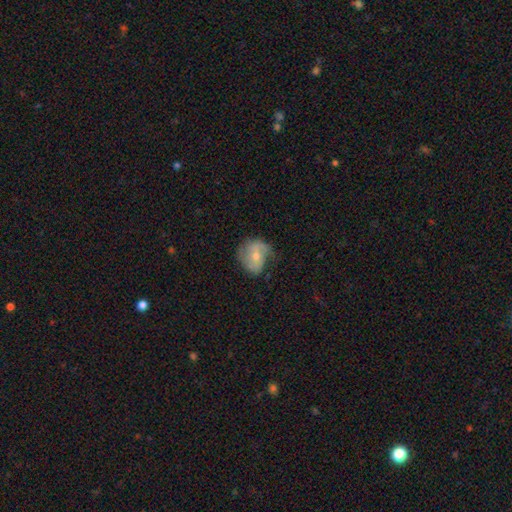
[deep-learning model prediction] This appears to be a featured or disk galaxy (54%) with no bar (59%), spiral arms (79%) and a moderate central bulge (53%). Merging: none (53%).